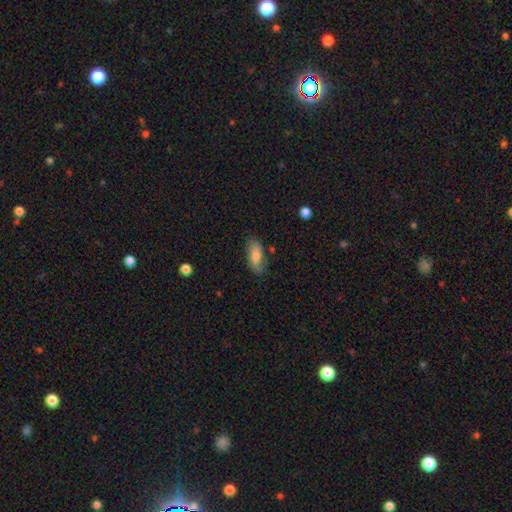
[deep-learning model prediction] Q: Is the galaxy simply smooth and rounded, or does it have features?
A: smooth — 62%.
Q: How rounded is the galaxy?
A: in between — 78%.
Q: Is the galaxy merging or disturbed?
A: none — 74%.